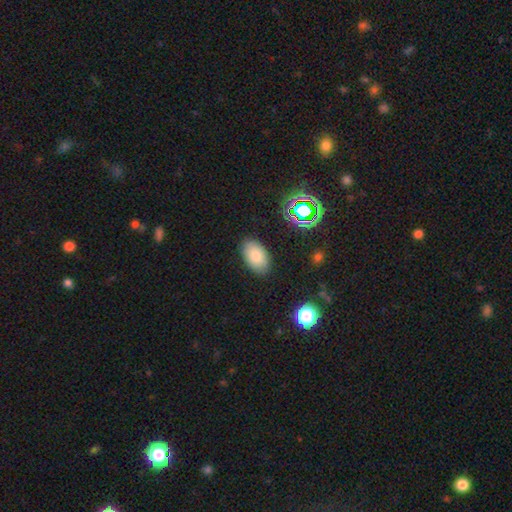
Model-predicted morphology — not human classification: smooth-or-featured: smooth: 80% | featured or disk: 11% | star or artifact: 10%
  how-rounded: in between: 92% | round: 7% | cigar-shaped: 1%
  merging: none: 86% | minor disturbance: 10% | major disturbance: 2% | merger: 2%